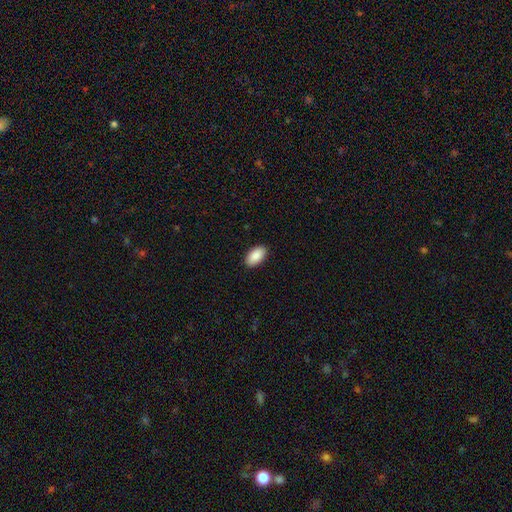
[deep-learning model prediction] Smooth or featured? Predicted: smooth (p=0.90). How rounded? Predicted: in between (p=0.95). Merging? Predicted: none (p=0.90).